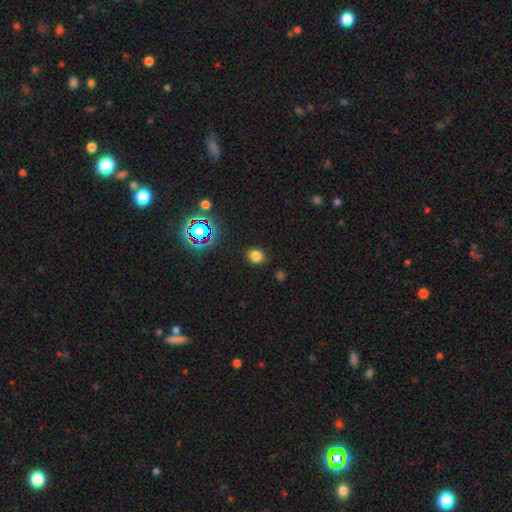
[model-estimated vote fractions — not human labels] A smooth galaxy with no disk features (76%) that is in between round and cigar-shaped (52%).

Vote fractions:
- Smooth or featured? smooth: 76% / star or artifact: 18% / featured or disk: 6%
- How rounded? in between: 52% / round: 47% / cigar-shaped: 1%
- Merging? none: 86% / minor disturbance: 10% / major disturbance: 3% / merger: 2%